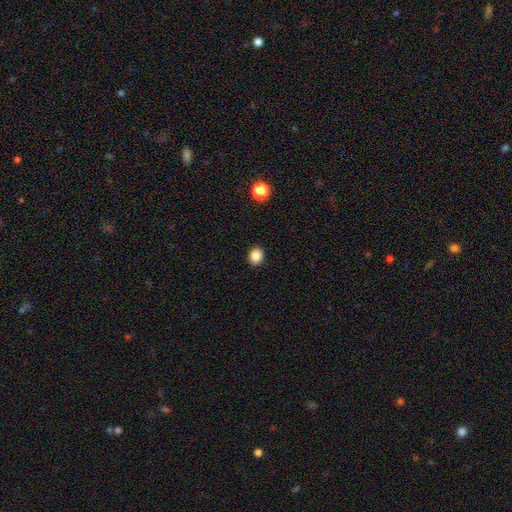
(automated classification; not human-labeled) Smooth or featured? smooth (85%)
How rounded? round (67%)
Merging? none (92%)